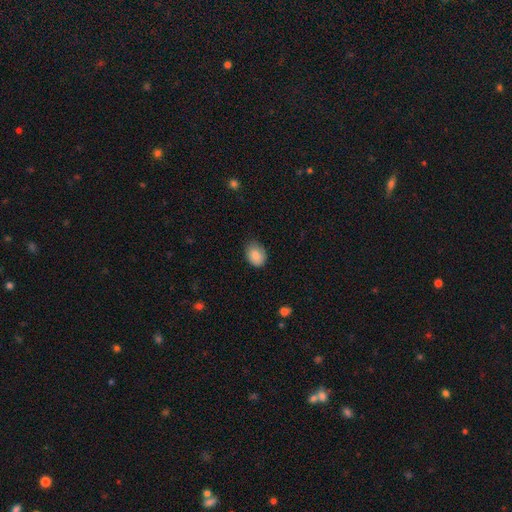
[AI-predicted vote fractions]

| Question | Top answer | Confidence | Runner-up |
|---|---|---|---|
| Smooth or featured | smooth | 88% | star or artifact (7%) |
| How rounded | in between | 68% | round (32%) |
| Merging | none | 68% | minor disturbance (26%) |